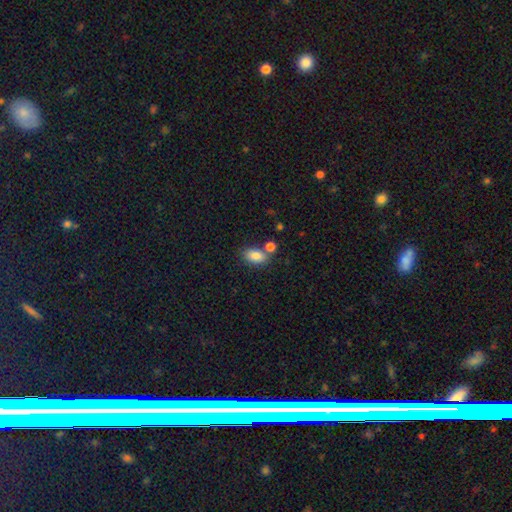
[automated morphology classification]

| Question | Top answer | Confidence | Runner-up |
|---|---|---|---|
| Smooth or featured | smooth | 85% | star or artifact (8%) |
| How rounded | in between | 88% | round (10%) |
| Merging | none | 64% | merger (20%) |